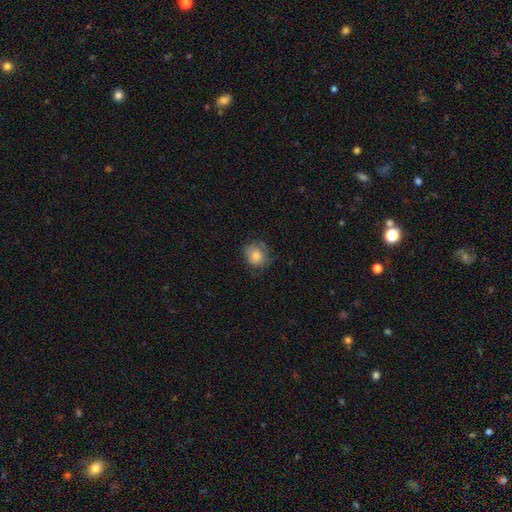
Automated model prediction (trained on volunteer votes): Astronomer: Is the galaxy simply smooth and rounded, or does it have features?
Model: smooth — 72%.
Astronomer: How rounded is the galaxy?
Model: round — 78%.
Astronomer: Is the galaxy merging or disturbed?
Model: none — 64%.